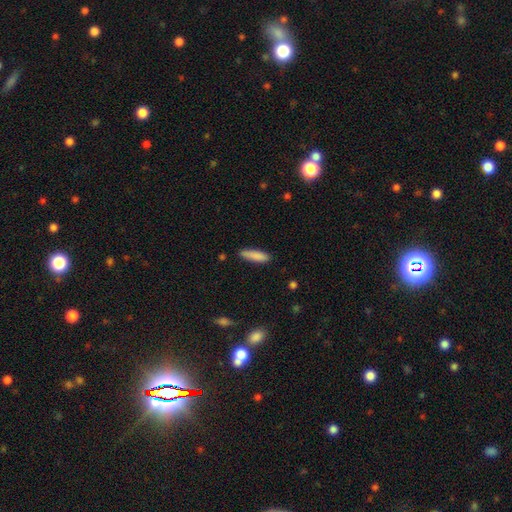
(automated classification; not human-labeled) The model was most divided on "how rounded": cigar-shaped: 70%, in between: 29%, round: 1%. More confident: smooth or featured — smooth (86%); merging — none (84%).